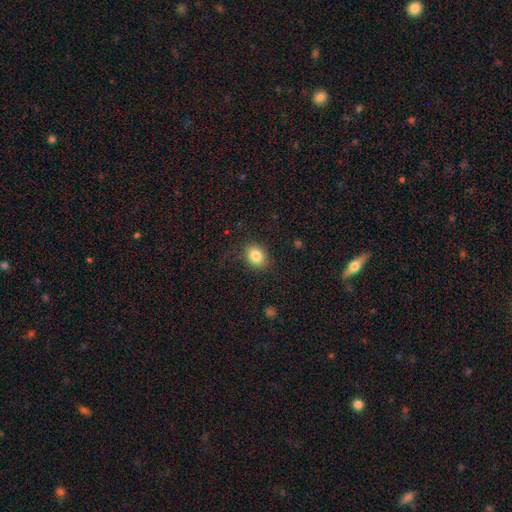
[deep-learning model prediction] Smooth or featured?
  - smooth: 84% *
  - star or artifact: 10%
  - featured or disk: 6%
How rounded?
  - round: 50% *
  - in between: 49%
  - cigar-shaped: 1%
Merging?
  - none: 83% *
  - minor disturbance: 11%
  - major disturbance: 4%
  - merger: 1%